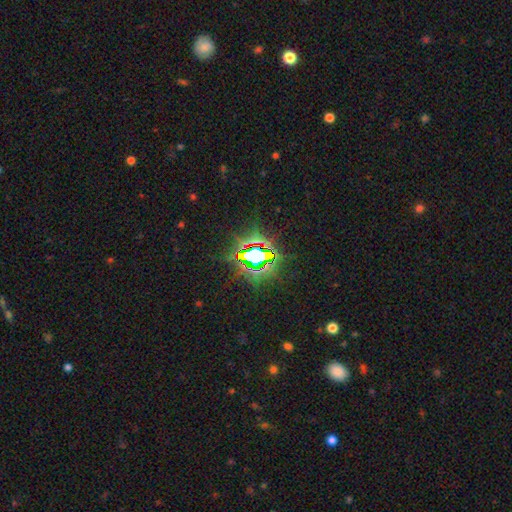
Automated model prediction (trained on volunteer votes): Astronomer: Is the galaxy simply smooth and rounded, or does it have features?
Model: star or artifact — 80%.